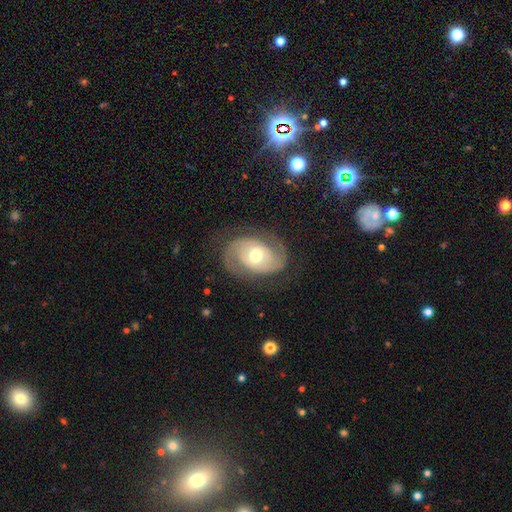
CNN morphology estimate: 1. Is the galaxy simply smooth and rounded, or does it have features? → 82% featured or disk, 13% smooth, 5% star or artifact.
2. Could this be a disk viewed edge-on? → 97% no, 3% yes.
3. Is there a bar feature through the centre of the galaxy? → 58% no, 32% weak, 10% strong.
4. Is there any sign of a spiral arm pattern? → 92% yes, 8% no.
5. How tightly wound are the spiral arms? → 44% medium, 39% tight, 17% loose.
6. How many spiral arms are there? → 87% 2, 6% can't tell, 3% 1, 2% 3, 1% 4, 1% more than 4.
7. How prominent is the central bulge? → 69% moderate, 21% small, 7% large, 1% dominant, 1% none.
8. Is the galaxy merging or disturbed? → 74% none, 15% minor disturbance, 10% major disturbance, 1% merger.